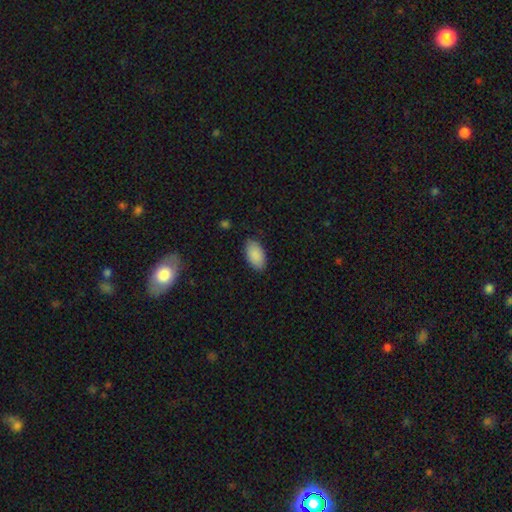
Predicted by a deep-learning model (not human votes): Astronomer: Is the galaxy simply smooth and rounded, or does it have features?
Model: smooth — 90%.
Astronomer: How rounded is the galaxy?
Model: in between — 95%.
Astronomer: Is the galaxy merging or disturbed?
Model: none — 86%.